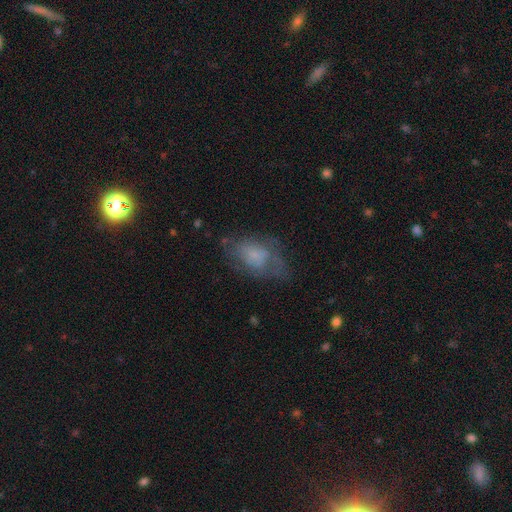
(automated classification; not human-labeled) A smooth galaxy with no disk features (54%) that is in between round and cigar-shaped (86%). Merging: none (44%).